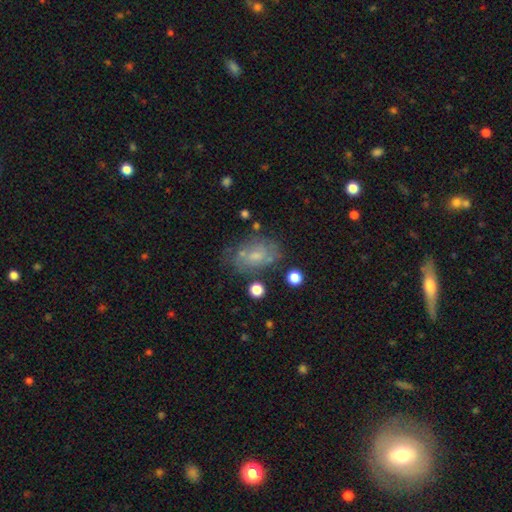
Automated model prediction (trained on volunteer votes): A smooth galaxy with no disk features (44%).

Vote fractions:
- Smooth or featured? smooth: 44% / featured or disk: 43% / star or artifact: 13%
- Merging? none: 61% / minor disturbance: 22% / major disturbance: 10% / merger: 7%